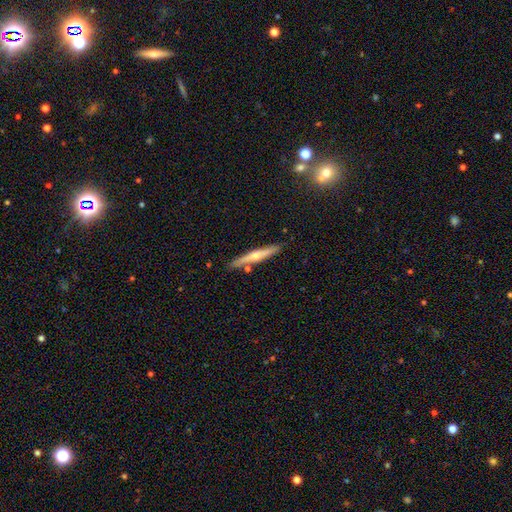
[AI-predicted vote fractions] Smooth or featured?
  - featured or disk: 57% *
  - smooth: 36%
  - star or artifact: 7%
Edge-on disk?
  - yes: 95% *
  - no: 5%
Edge-on bulge?
  - rounded: 78% *
  - none: 18%
  - boxy: 4%
Merging?
  - none: 86% *
  - minor disturbance: 9%
  - merger: 4%
  - major disturbance: 2%